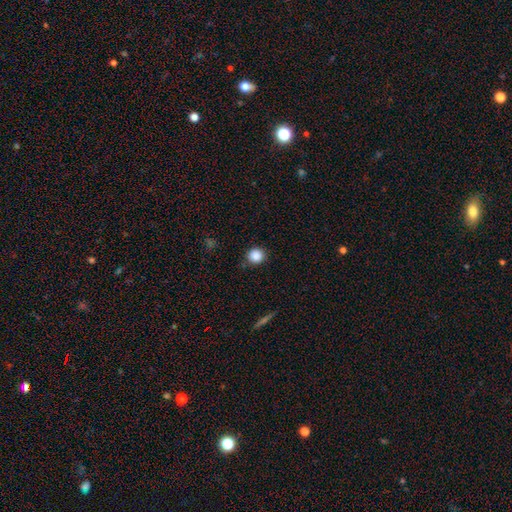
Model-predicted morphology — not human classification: type=smooth (87%); roundness=round (90%); merging=none (85%).